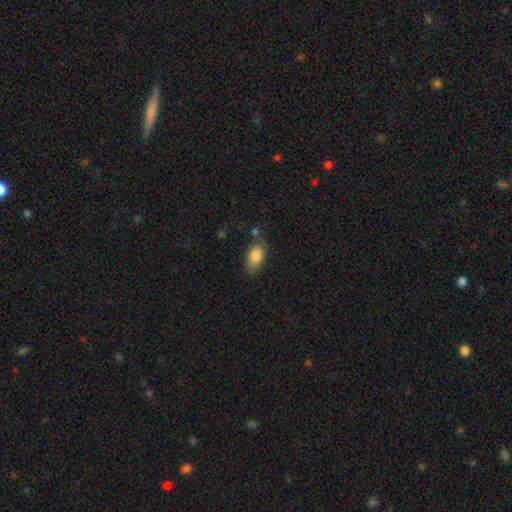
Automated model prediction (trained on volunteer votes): Smooth or featured: smooth — 85% (featured or disk — 7%)
How rounded: in between — 89% (round — 7%)
Merging: none — 62% (minor disturbance — 25%)